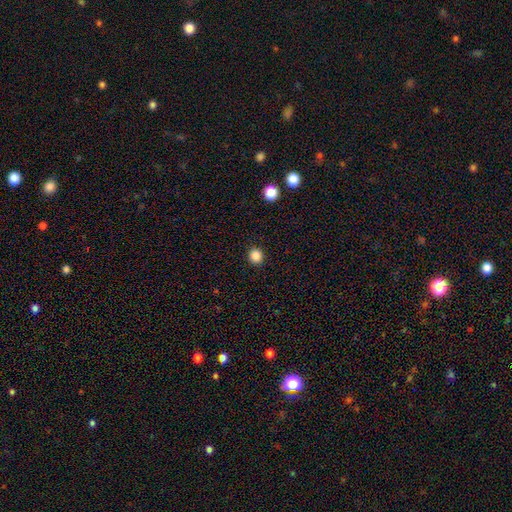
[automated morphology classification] type=smooth (86%); roundness=round (86%); merging=none (92%).